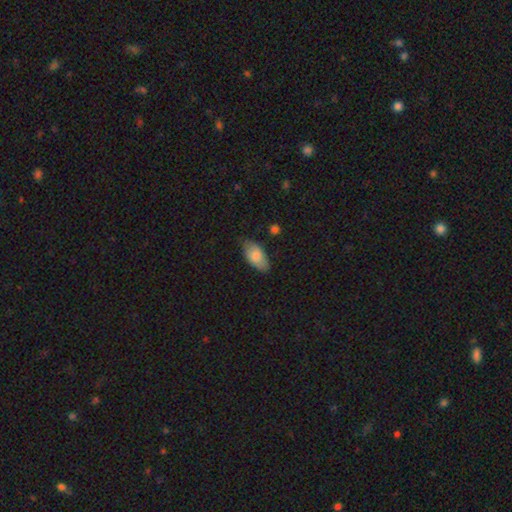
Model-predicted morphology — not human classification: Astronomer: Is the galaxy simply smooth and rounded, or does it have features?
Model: smooth — 81%.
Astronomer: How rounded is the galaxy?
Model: in between — 93%.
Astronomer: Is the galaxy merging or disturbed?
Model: none — 72%.